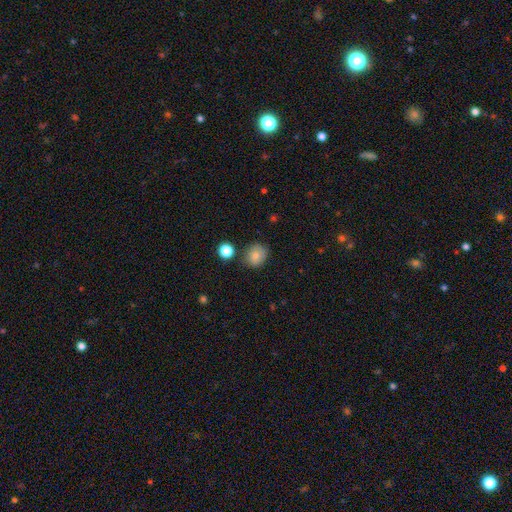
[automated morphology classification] Overall: smooth (79%). How rounded: round (78%). Merging: none (81%).